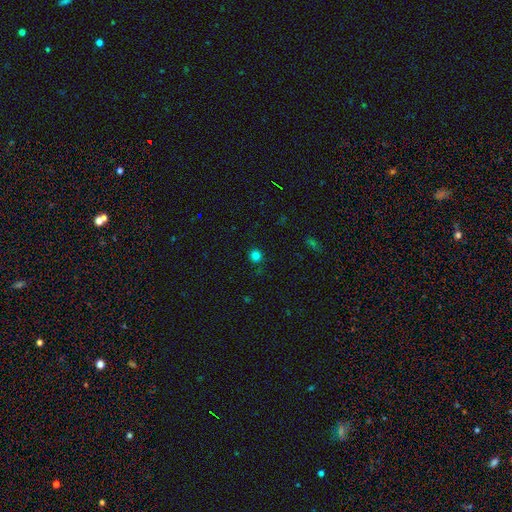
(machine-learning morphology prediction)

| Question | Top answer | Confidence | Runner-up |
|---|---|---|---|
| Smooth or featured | smooth | 79% | star or artifact (17%) |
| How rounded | round | 93% | in between (6%) |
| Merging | none | 88% | minor disturbance (8%) |